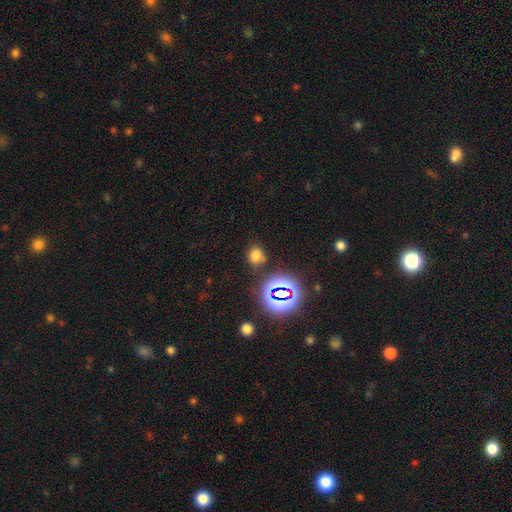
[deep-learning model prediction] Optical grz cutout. It shows a smooth galaxy with no disk features (66%) that is round (63%). Merging: none (75%).